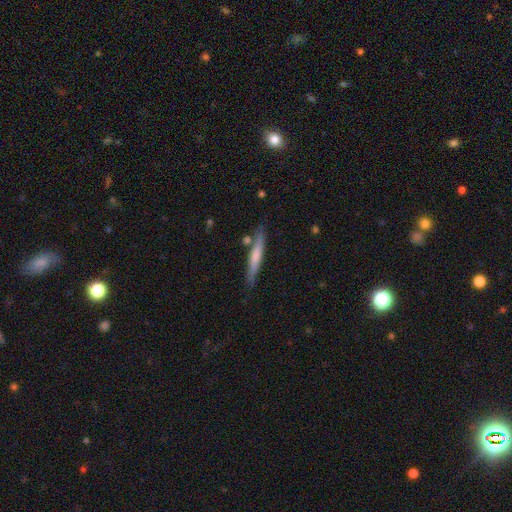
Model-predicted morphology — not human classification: A smooth galaxy with no disk features (52%) that is cigar-shaped (94%).

Vote fractions:
- Smooth or featured? smooth: 52% / featured or disk: 42% / star or artifact: 6%
- How rounded? cigar-shaped: 94% / in between: 4% / round: 2%
- Merging? none: 80% / minor disturbance: 12% / merger: 5% / major disturbance: 3%